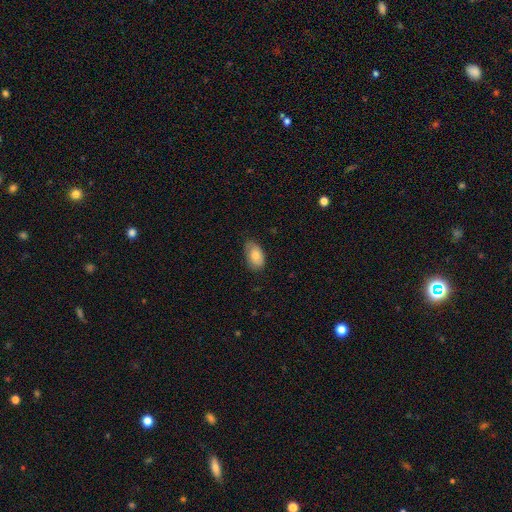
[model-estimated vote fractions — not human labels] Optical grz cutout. It shows a smooth galaxy with no disk features (78%) that is in between round and cigar-shaped (91%). Merging: none (69%).